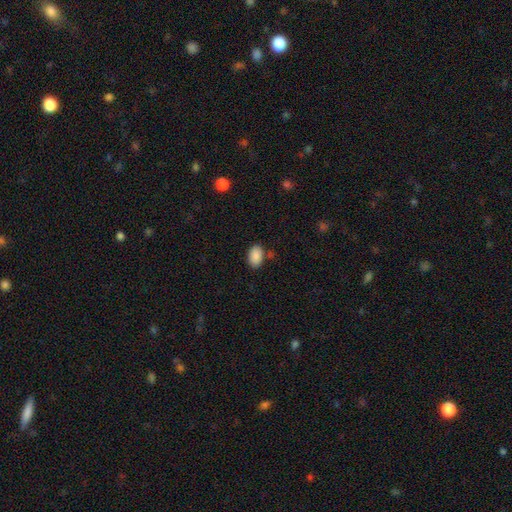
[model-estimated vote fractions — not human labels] This appears to be a smooth galaxy with no disk features (89%) that is in between round and cigar-shaped (90%). Merging: none (79%).